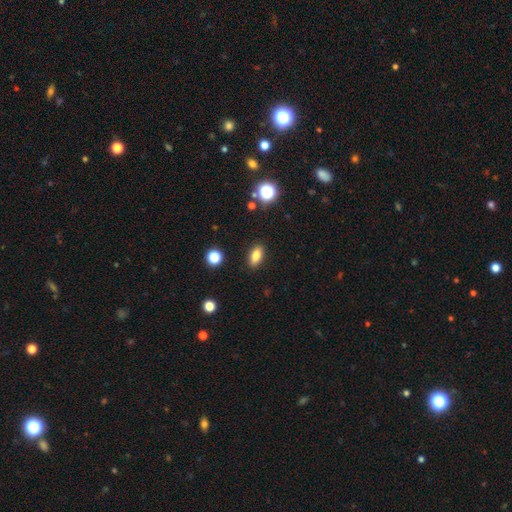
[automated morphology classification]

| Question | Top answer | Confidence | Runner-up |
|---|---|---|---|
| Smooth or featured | smooth | 81% | star or artifact (10%) |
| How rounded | in between | 84% | cigar-shaped (9%) |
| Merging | none | 88% | minor disturbance (8%) |